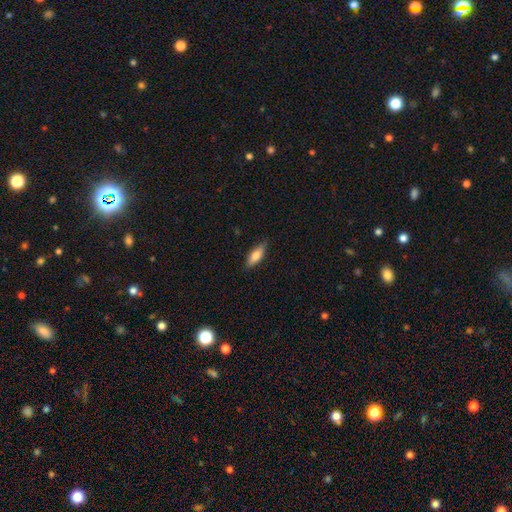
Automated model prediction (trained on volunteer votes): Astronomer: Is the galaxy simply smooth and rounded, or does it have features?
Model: smooth — 67%.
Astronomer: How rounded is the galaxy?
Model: in between — 56% (runner-up: cigar-shaped, 42%).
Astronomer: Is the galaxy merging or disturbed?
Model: none — 85%.